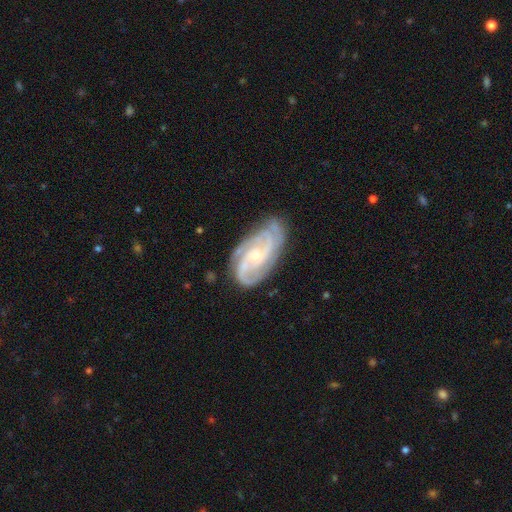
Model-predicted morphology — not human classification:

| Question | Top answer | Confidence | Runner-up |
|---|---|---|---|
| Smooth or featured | featured or disk | 89% | smooth (6%) |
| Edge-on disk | no | 96% | yes (4%) |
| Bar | no | 61% | weak (32%) |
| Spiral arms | yes | 98% | no (2%) |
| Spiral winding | tight | 51% | medium (41%) |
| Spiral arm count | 3 | 40% | 2 (26%) |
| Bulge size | small | 63% | moderate (33%) |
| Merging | none | 73% | minor disturbance (19%) |